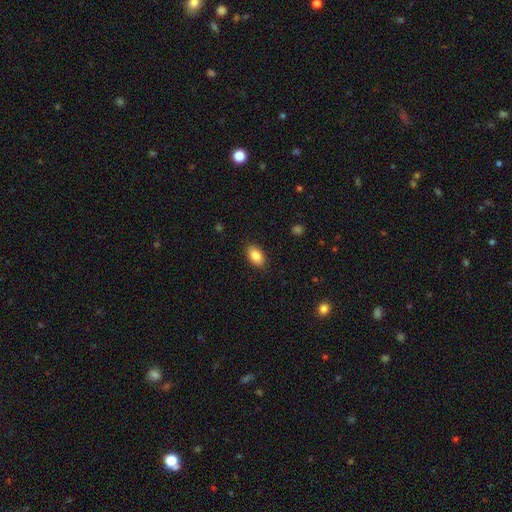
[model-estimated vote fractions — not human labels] A smooth galaxy with no disk features (86%) that is in between round and cigar-shaped (91%).

Vote fractions:
- Smooth or featured? smooth: 86% / star or artifact: 7% / featured or disk: 7%
- How rounded? in between: 91% / round: 7% / cigar-shaped: 2%
- Merging? none: 87% / minor disturbance: 10% / major disturbance: 2% / merger: 1%